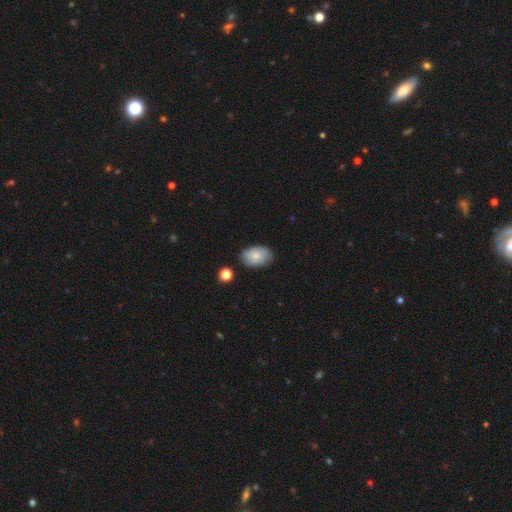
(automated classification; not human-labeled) Smooth or featured? Predicted: smooth (p=0.76). How rounded? Predicted: in between (p=0.87). Merging? Predicted: none (p=0.79).